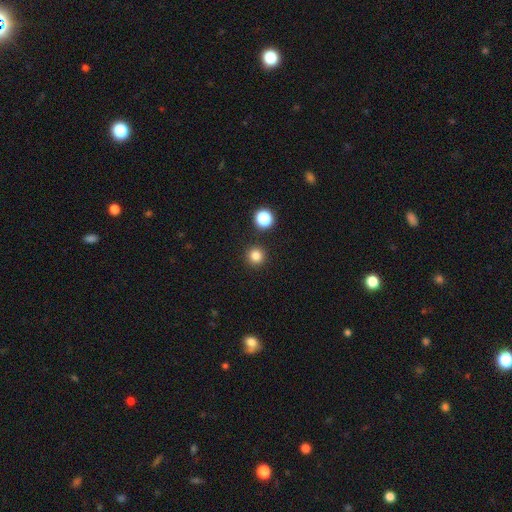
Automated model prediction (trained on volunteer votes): smooth 82%, star or artifact 14%, featured or disk 4%. Down the decision tree: how rounded — round (95%); merging — none (91%).